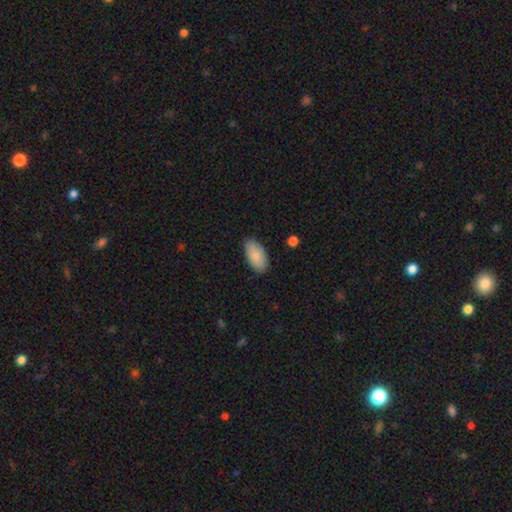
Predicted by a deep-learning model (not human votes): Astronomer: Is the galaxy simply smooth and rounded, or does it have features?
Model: smooth — 85%.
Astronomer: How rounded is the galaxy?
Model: in between — 94%.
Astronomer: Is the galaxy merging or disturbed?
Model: none — 85%.